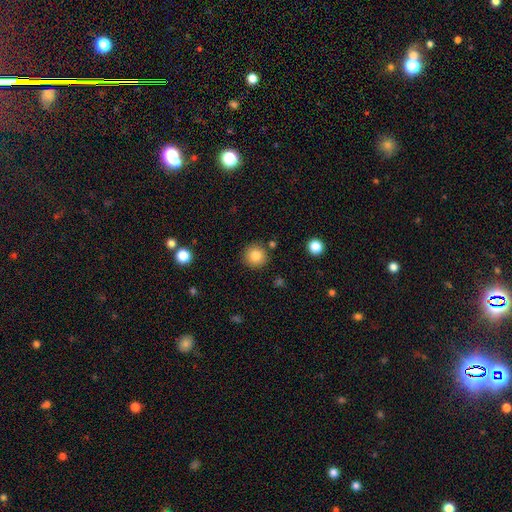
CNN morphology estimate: Overall: smooth (82%). How rounded: round (95%). Merging: none (87%).